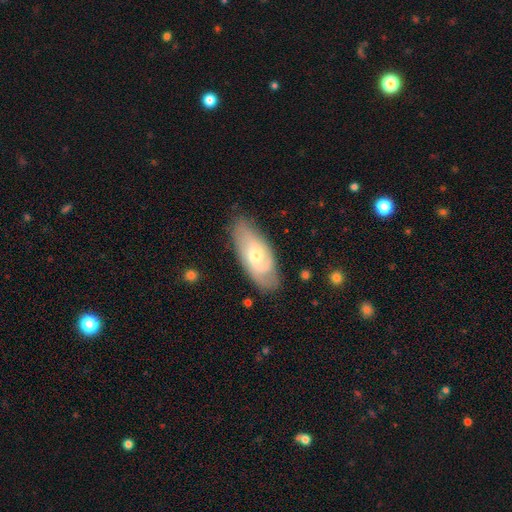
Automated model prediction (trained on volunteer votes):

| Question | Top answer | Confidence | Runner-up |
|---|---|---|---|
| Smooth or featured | featured or disk | 66% | smooth (28%) |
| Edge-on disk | no | 90% | yes (10%) |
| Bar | no | 60% | weak (34%) |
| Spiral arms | yes | 88% | no (12%) |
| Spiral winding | tight | 44% | medium (40%) |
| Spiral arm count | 2 | 44% | can't tell (31%) |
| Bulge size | moderate | 53% | small (41%) |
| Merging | none | 75% | minor disturbance (19%) |